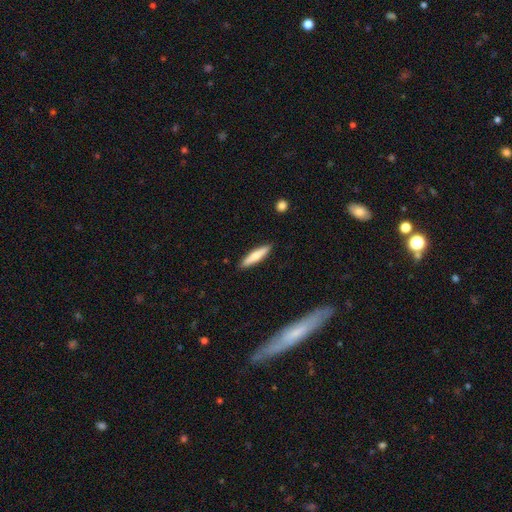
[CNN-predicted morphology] Q: Smooth or featured?
A: smooth (67%); runner-up: featured or disk (27%)
Q: How rounded?
A: cigar-shaped (83%); runner-up: in between (15%)
Q: Merging?
A: none (90%); runner-up: minor disturbance (7%)